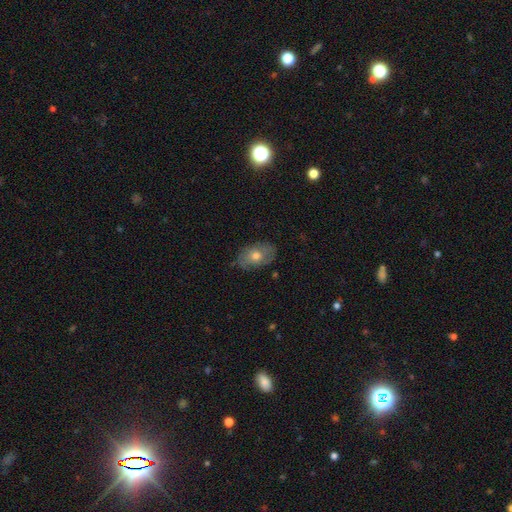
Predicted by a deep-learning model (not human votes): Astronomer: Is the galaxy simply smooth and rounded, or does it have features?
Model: smooth — 49% (runner-up: featured or disk, 42%).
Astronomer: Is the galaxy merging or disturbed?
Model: none — 76%.